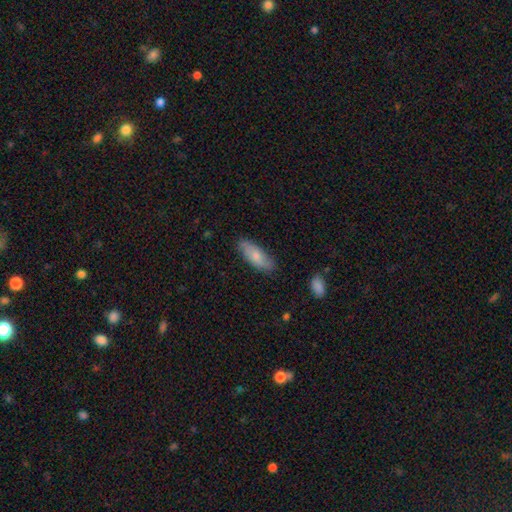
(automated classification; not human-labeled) A smooth galaxy with no disk features (74%) that is in between round and cigar-shaped (72%).

Vote fractions:
- Smooth or featured? smooth: 74% / featured or disk: 21% / star or artifact: 6%
- How rounded? in between: 72% / cigar-shaped: 26% / round: 2%
- Merging? none: 81% / minor disturbance: 15% / major disturbance: 3% / merger: 1%